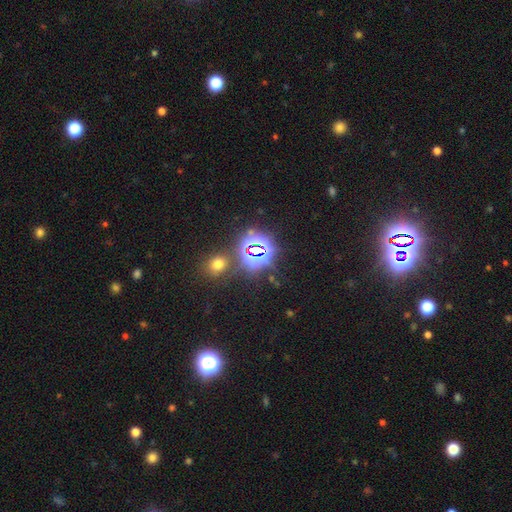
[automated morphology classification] smooth-or-featured: star or artifact: 76% | smooth: 16% | featured or disk: 7%